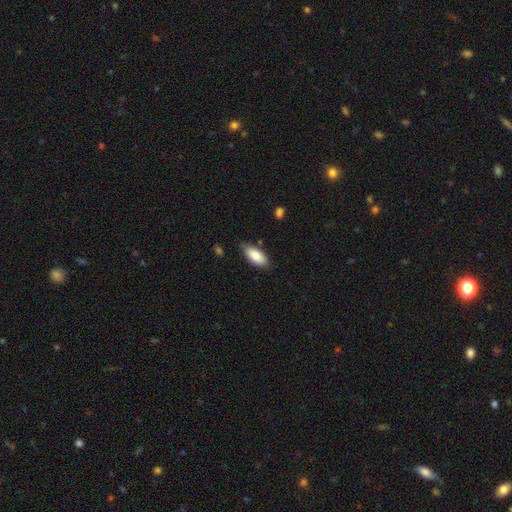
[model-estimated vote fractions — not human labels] smooth 84%, featured or disk 9%, star or artifact 6%. Down the decision tree: how rounded — in between (87%); merging — none (76%).